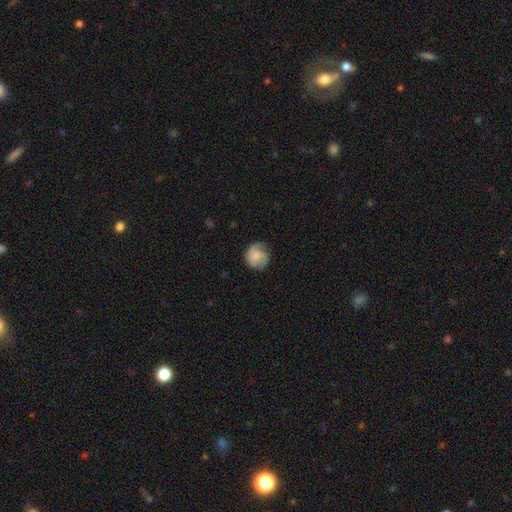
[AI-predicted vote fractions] smooth-or-featured: smooth: 55% | featured or disk: 37% | star or artifact: 7%
  how-rounded: round: 85% | in between: 14% | cigar-shaped: 1%
  merging: none: 67% | minor disturbance: 22% | major disturbance: 9% | merger: 1%